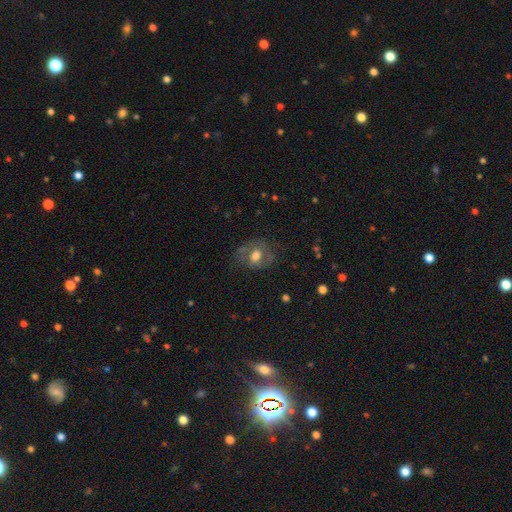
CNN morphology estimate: A smooth galaxy with no disk features (49%).

Vote fractions:
- Smooth or featured? smooth: 49% / featured or disk: 42% / star or artifact: 9%
- Merging? none: 59% / minor disturbance: 22% / major disturbance: 16% / merger: 2%